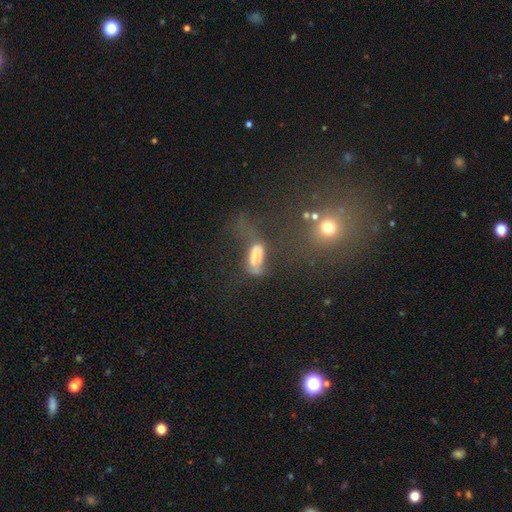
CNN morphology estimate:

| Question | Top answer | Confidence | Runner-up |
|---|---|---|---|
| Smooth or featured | smooth | 57% | featured or disk (29%) |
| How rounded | in between | 71% | cigar-shaped (23%) |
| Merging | major disturbance | 46% | none (21%) |